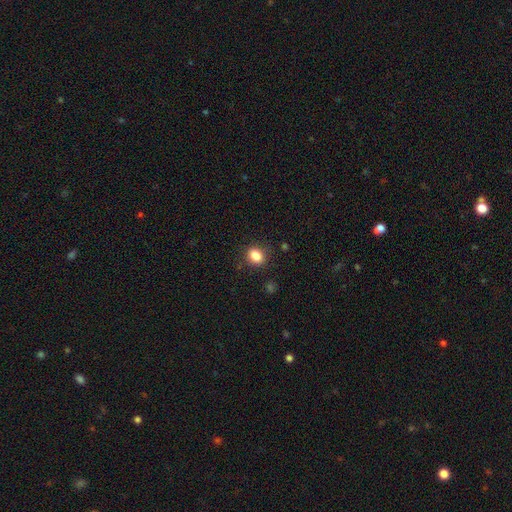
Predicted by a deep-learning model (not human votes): This is clearly a smooth galaxy (85%). How rounded: likely in between (61%). Merging: clearly none (85%).